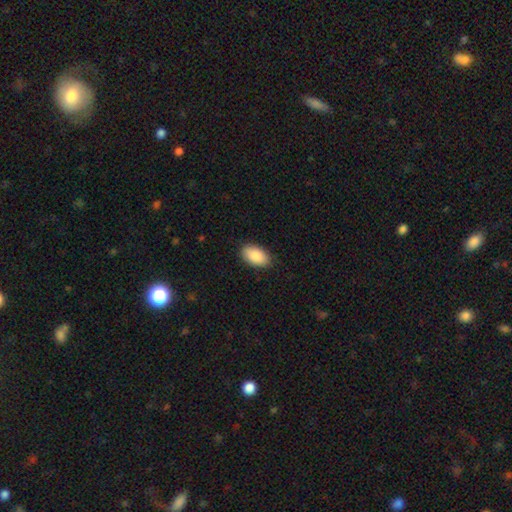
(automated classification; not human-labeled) Q: Smooth or featured?
A: smooth (90%); runner-up: star or artifact (6%)
Q: How rounded?
A: in between (95%); runner-up: round (4%)
Q: Merging?
A: none (87%); runner-up: minor disturbance (10%)